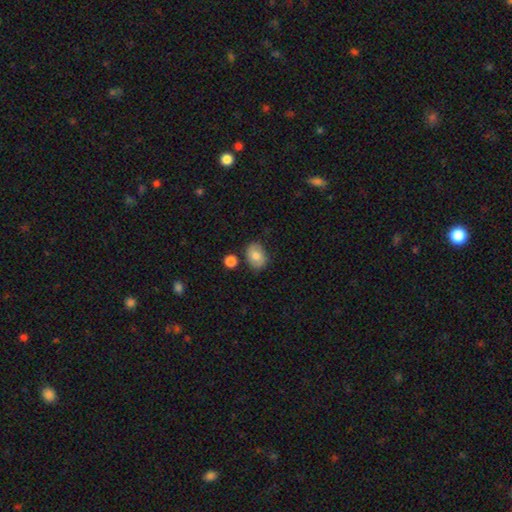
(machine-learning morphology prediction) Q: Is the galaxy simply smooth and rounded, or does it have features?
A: smooth — 77%.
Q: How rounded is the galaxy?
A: in between — 73%.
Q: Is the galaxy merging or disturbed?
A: none — 75%.